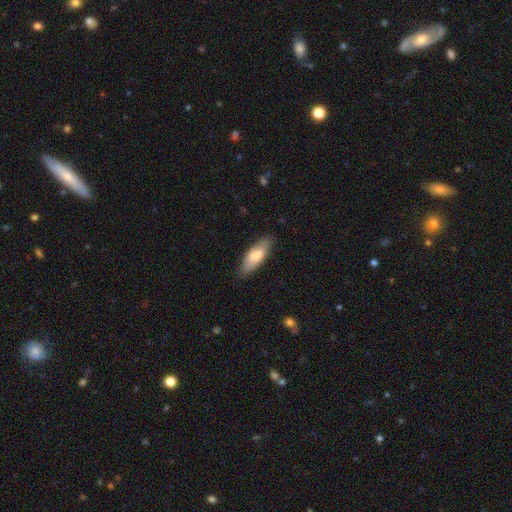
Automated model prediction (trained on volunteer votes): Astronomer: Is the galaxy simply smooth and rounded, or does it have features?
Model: smooth — 75%.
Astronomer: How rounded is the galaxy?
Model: in between — 63%.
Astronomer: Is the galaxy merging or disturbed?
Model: none — 84%.